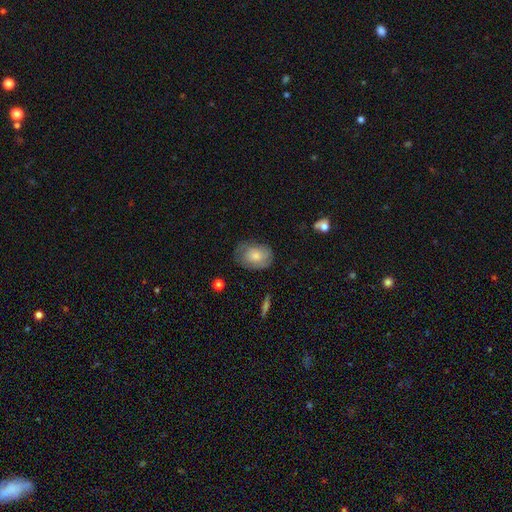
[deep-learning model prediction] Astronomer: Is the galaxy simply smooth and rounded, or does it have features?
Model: smooth — 62%.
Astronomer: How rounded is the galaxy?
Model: in between — 73%.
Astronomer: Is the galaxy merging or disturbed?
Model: none — 65%.